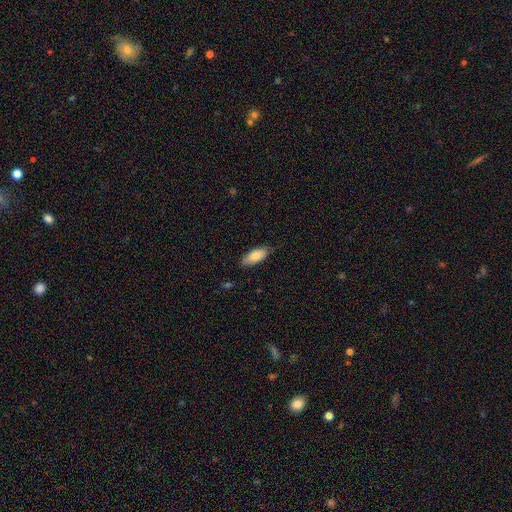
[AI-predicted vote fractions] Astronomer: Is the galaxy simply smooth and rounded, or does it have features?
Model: smooth — 82%.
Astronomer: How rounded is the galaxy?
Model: in between — 85%.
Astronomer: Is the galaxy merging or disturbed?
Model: none — 79%.